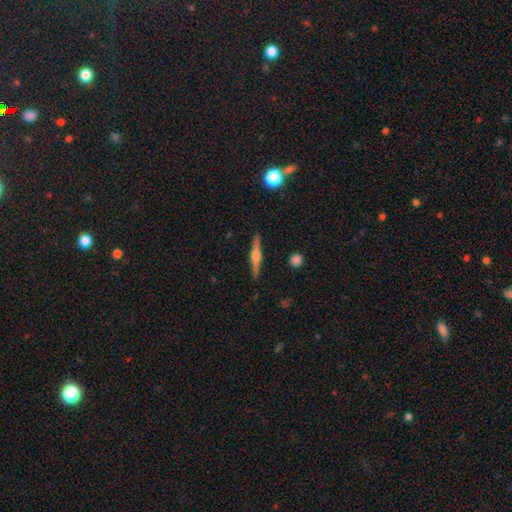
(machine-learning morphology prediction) Smooth or featured? Predicted: featured or disk (p=0.74). Edge-on disk? Predicted: yes (p=0.98). Edge-on bulge? Predicted: rounded (p=0.90). Merging? Predicted: none (p=0.90).